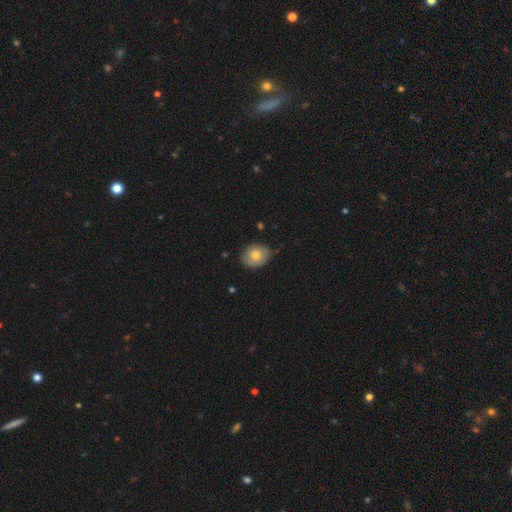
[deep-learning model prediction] A smooth galaxy with no disk features (74%) that is in between round and cigar-shaped (52%).

Vote fractions:
- Smooth or featured? smooth: 74% / featured or disk: 19% / star or artifact: 7%
- How rounded? in between: 52% / round: 47% / cigar-shaped: 1%
- Merging? none: 75% / minor disturbance: 21% / major disturbance: 3% / merger: 1%